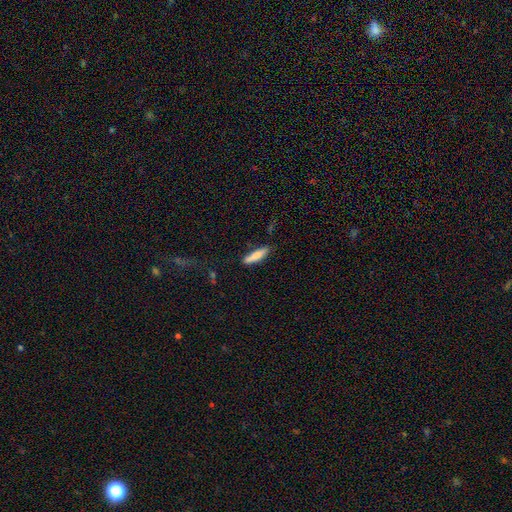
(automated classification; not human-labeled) Smooth or featured: smooth — 80% (featured or disk — 14%)
How rounded: cigar-shaped — 74% (in between — 25%)
Merging: none — 80% (minor disturbance — 14%)